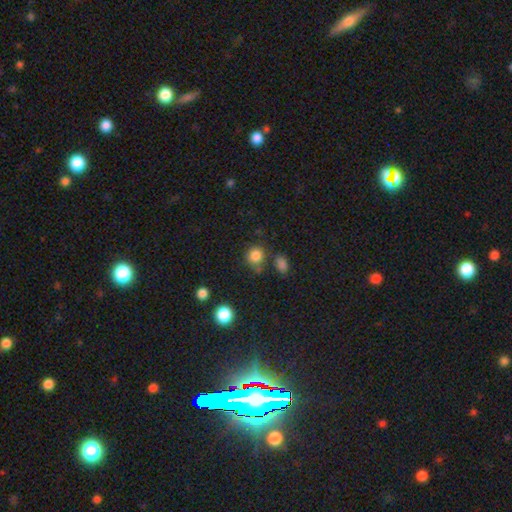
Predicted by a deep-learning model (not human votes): smooth 83%, star or artifact 12%, featured or disk 5%. Down the decision tree: how rounded — round (85%); merging — none (73%).